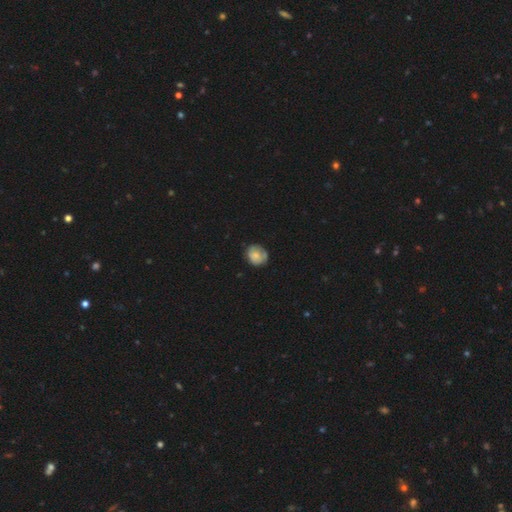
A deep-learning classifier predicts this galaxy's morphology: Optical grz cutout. It shows a smooth galaxy with no disk features (72%) that is round (73%). Merging: none (66%).